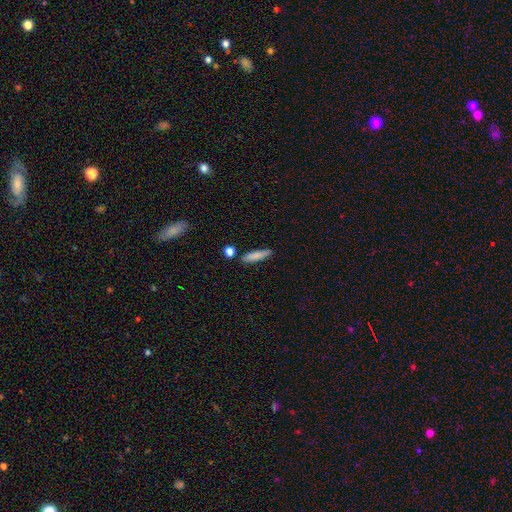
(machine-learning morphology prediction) This appears to be a smooth galaxy with no disk features (81%) that is cigar-shaped (78%). Merging: none (80%).